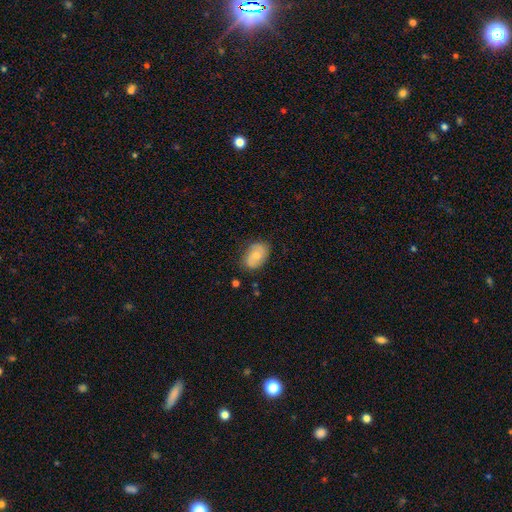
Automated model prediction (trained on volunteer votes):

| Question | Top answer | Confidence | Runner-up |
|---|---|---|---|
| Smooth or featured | smooth | 66% | featured or disk (27%) |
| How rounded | in between | 88% | round (11%) |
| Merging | none | 75% | minor disturbance (19%) |